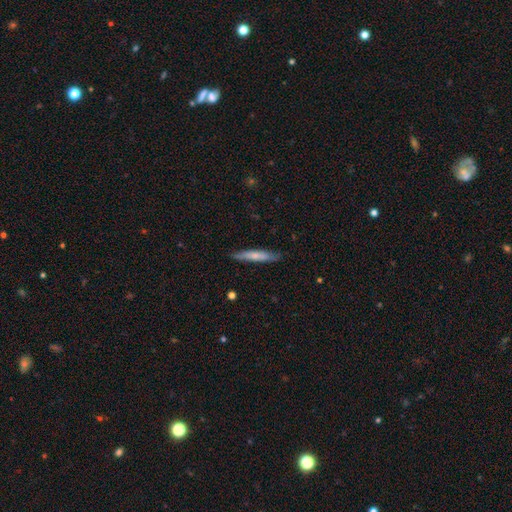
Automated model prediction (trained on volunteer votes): The model was most divided on "smooth or featured": smooth: 61%, featured or disk: 33%, star or artifact: 6%. More confident: how rounded — cigar-shaped (92%); merging — none (85%).